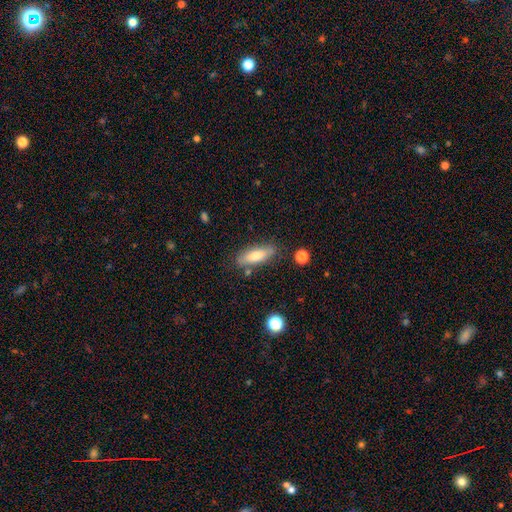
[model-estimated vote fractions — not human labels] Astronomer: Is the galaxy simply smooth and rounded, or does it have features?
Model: smooth — 69%.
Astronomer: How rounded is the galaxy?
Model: in between — 56% (runner-up: cigar-shaped, 42%).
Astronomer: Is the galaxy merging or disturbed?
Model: none — 79%.